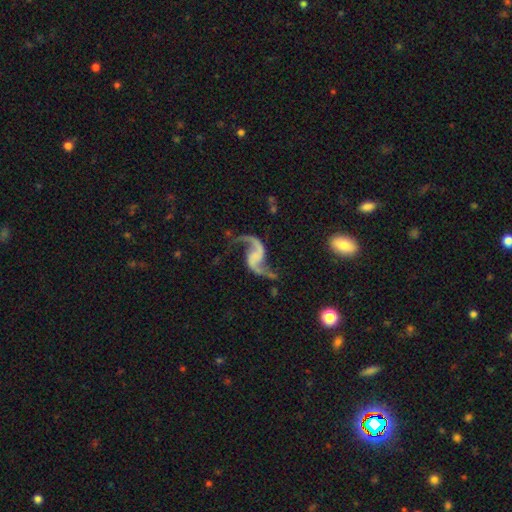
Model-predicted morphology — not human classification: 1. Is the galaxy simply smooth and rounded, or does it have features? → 91% featured or disk, 5% star or artifact, 4% smooth.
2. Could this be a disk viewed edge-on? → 98% no, 2% yes.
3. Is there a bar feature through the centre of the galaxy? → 49% no, 35% weak, 16% strong.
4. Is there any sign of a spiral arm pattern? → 97% yes, 3% no.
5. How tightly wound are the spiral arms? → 86% loose, 12% medium, 2% tight.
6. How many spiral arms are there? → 94% 2, 2% 1, 1% can't tell, 1% 3, 1% 4, 1% more than 4.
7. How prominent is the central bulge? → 67% none, 17% small, 9% moderate, 5% large, 2% dominant.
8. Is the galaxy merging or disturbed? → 69% none, 15% minor disturbance, 11% major disturbance, 4% merger.